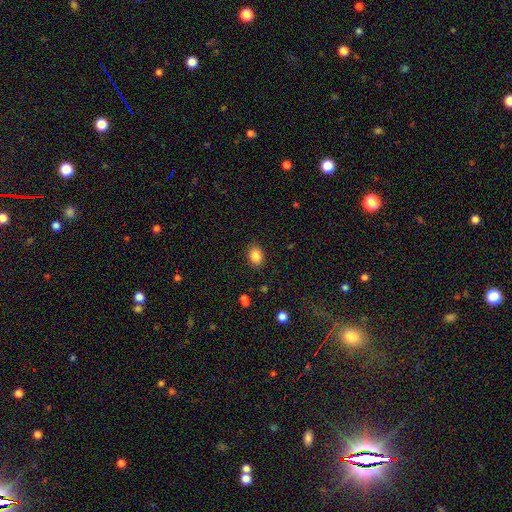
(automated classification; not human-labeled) Smooth or featured: smooth — 86% (star or artifact — 9%)
How rounded: in between — 71% (round — 28%)
Merging: none — 87% (minor disturbance — 9%)